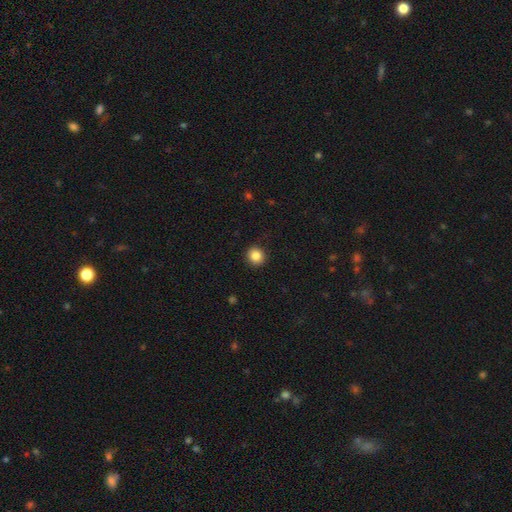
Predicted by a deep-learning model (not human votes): This appears to be a smooth galaxy with no disk features (85%) that is round (92%). Merging: none (92%).